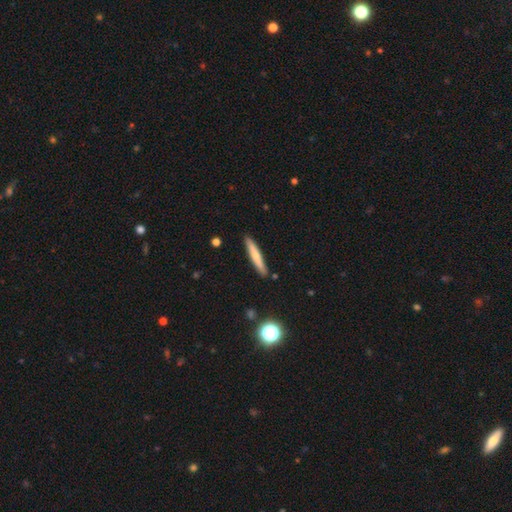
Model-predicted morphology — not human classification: Smooth or featured: smooth — 63% (featured or disk — 30%)
How rounded: cigar-shaped — 93% (in between — 5%)
Merging: none — 89% (minor disturbance — 8%)